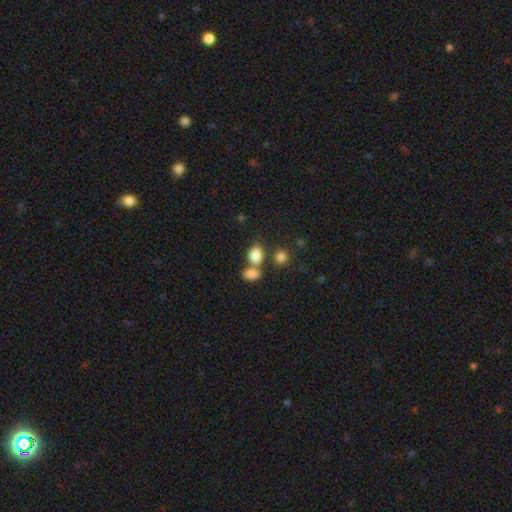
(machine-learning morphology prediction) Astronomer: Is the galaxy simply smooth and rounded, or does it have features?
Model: smooth — 83%.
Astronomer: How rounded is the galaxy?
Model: in between — 65%.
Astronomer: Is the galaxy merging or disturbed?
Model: none — 43% (runner-up: merger, 41%).